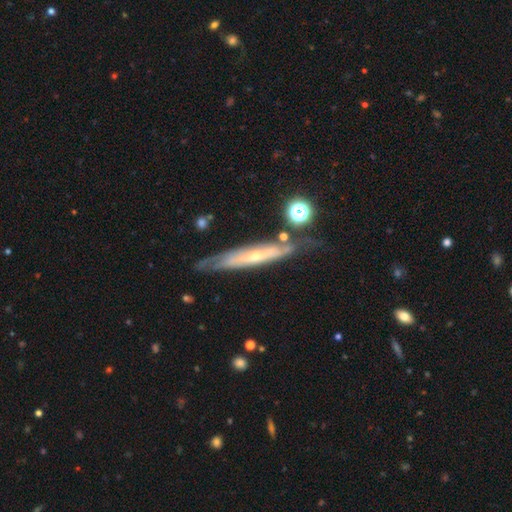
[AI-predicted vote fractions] Q: Smooth or featured?
A: featured or disk (72%); runner-up: smooth (21%)
Q: Edge-on disk?
A: yes (68%); runner-up: no (32%)
Q: Merging?
A: none (68%); runner-up: minor disturbance (21%)